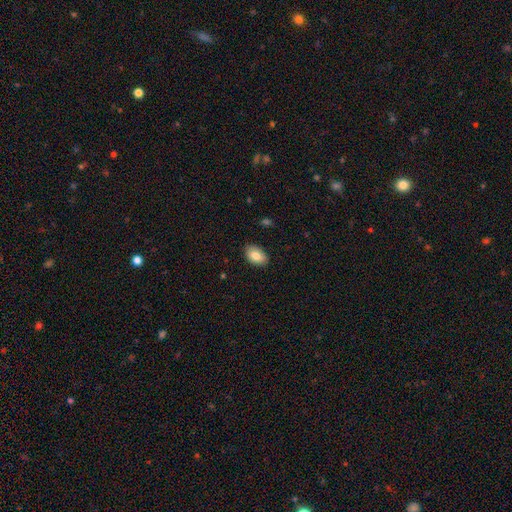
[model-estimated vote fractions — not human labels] smooth 83%, featured or disk 10%, star or artifact 7%. Down the decision tree: how rounded — in between (91%); merging — none (86%).